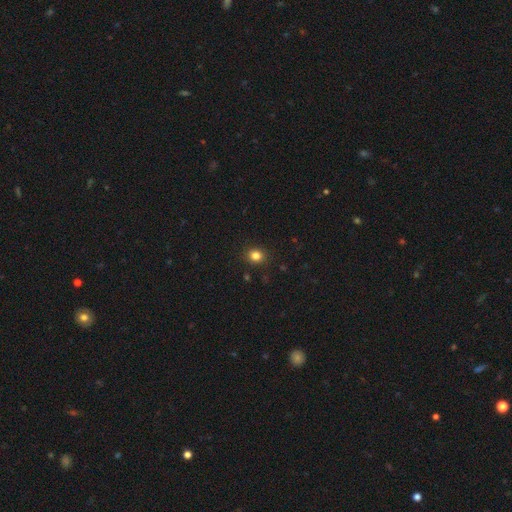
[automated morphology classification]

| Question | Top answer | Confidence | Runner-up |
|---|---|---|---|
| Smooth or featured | smooth | 82% | star or artifact (13%) |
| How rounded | round | 75% | in between (24%) |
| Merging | none | 90% | minor disturbance (7%) |